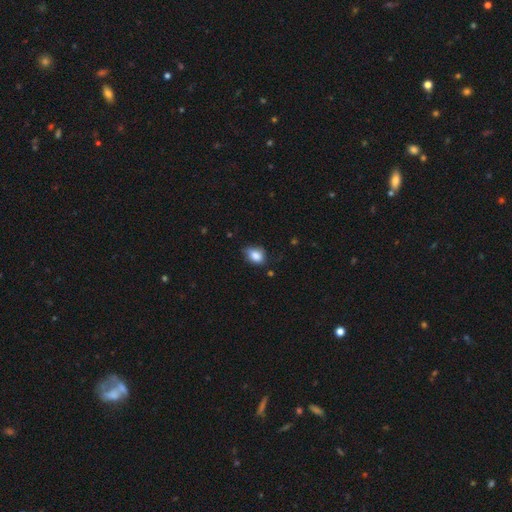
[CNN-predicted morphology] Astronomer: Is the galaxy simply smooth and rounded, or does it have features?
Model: smooth — 84%.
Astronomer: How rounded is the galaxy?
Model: in between — 68%.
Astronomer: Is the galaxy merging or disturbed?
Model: none — 55% (runner-up: minor disturbance, 36%).